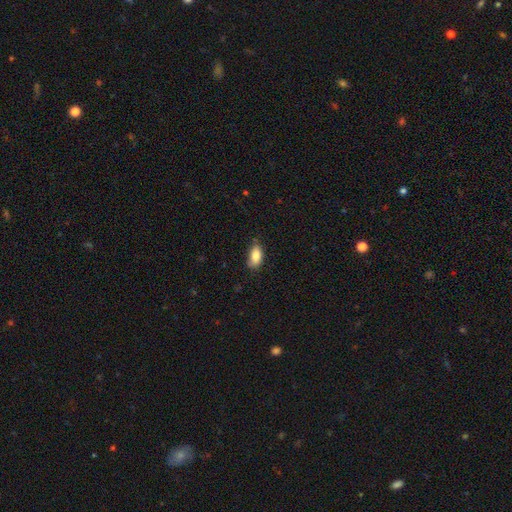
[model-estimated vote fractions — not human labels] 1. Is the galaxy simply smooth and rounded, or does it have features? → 84% smooth, 9% featured or disk, 8% star or artifact.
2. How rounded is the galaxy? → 90% in between, 6% cigar-shaped, 4% round.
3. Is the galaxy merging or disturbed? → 66% none, 28% minor disturbance, 5% major disturbance, 2% merger.